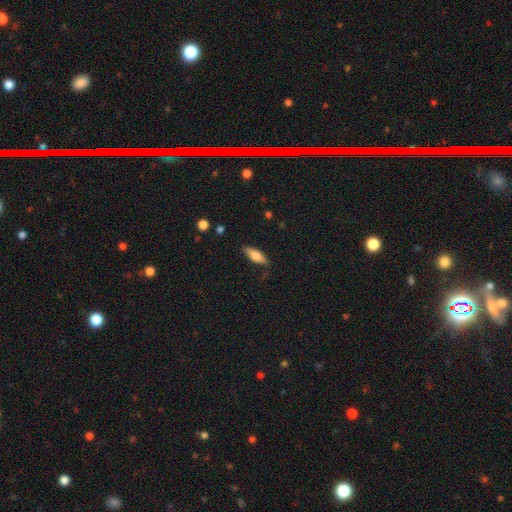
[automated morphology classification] Smooth or featured?
  - smooth: 72% *
  - featured or disk: 21%
  - star or artifact: 7%
How rounded?
  - in between: 63% *
  - cigar-shaped: 35%
  - round: 2%
Merging?
  - none: 81% *
  - minor disturbance: 15%
  - major disturbance: 3%
  - merger: 1%